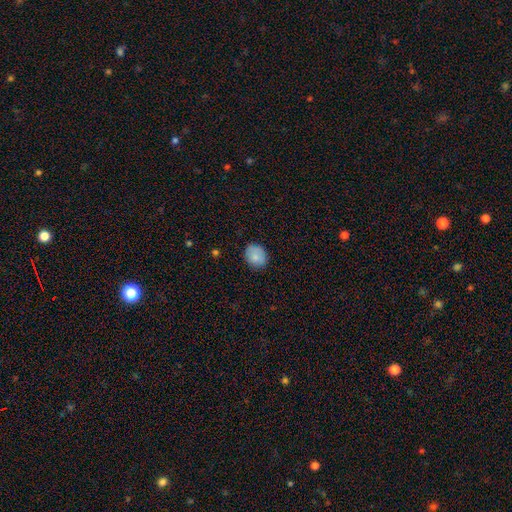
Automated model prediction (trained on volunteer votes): This is clearly a smooth galaxy (82%). How rounded: likely round (63%). Merging: clearly none (82%).